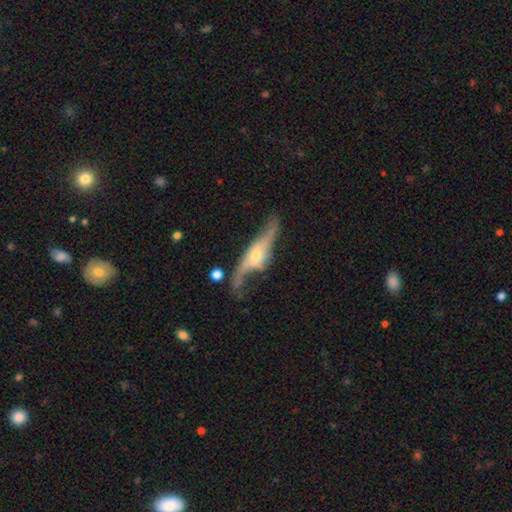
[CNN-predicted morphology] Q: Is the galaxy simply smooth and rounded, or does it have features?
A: featured or disk — 79%.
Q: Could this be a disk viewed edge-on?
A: yes — 53%.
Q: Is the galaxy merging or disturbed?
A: none — 53%.